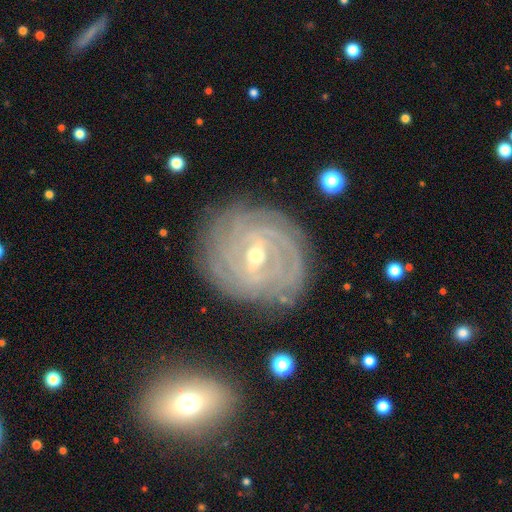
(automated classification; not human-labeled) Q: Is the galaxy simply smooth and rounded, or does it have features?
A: featured or disk — 89%.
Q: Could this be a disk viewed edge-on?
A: no — 96%.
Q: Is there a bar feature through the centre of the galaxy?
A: weak — 48%.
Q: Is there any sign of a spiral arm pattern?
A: yes — 97%.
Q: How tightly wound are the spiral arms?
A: tight — 84%.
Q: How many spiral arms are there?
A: can't tell — 27%, tied with 4.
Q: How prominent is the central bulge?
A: small — 49%.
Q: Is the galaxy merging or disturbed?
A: none — 81%.